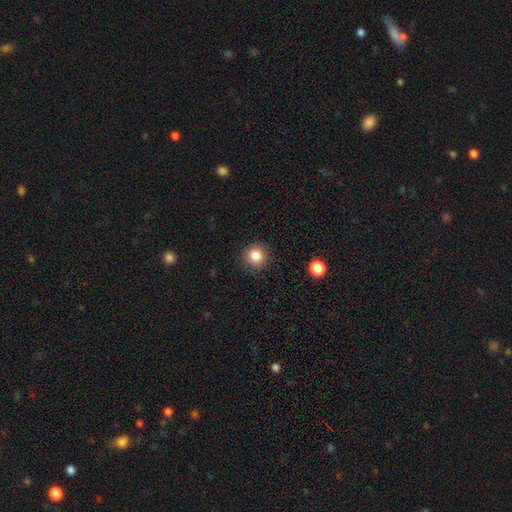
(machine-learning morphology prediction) Smooth or featured? Predicted: smooth (p=0.83). How rounded? Predicted: round (p=0.93). Merging? Predicted: none (p=0.89).